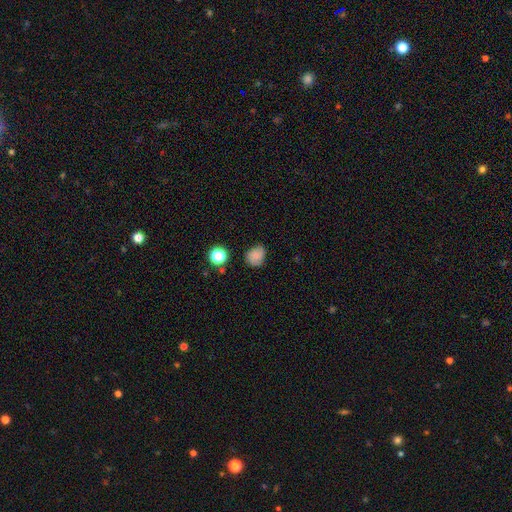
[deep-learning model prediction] Smooth or featured: smooth — 70% (featured or disk — 19%)
How rounded: round — 63% (in between — 36%)
Merging: none — 67% (minor disturbance — 25%)